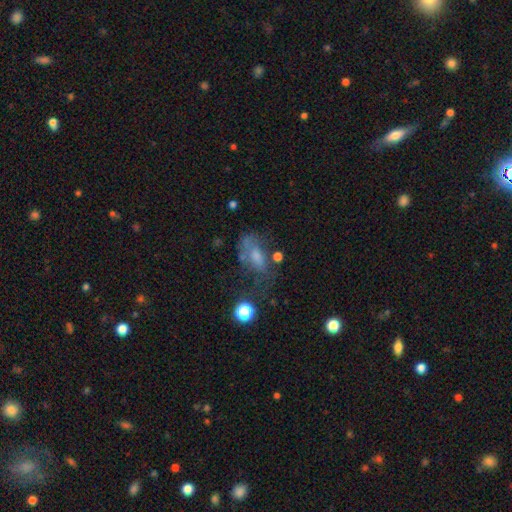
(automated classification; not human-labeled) Smooth or featured? Predicted: smooth (p=0.51). How rounded? Predicted: in between (p=0.81). Merging? Predicted: none (p=0.38).